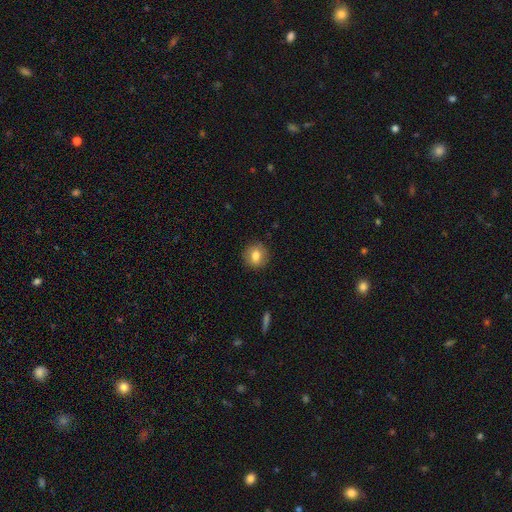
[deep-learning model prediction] This is likely a smooth galaxy (77%). How rounded: clearly round (85%). Merging: clearly none (88%).